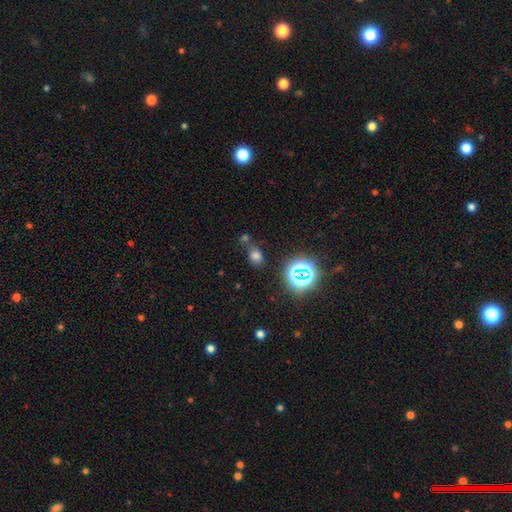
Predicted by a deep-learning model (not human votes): The model was most divided on "how rounded": in between: 67%, round: 32%, cigar-shaped: 1%. More confident: smooth or featured — smooth (66%); merging — none (63%).